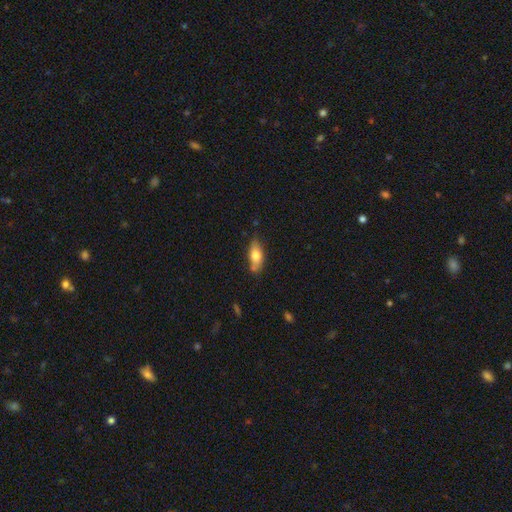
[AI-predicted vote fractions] Smooth or featured? smooth (69%)
How rounded? in between (78%)
Merging? none (71%)